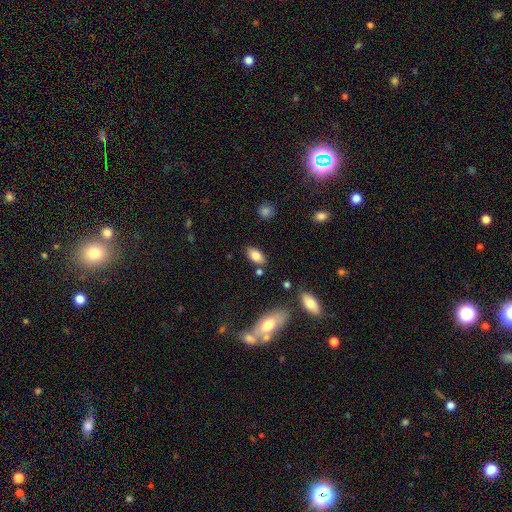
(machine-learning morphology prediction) The model was most divided on "merging": none: 81%, minor disturbance: 12%, merger: 5%, major disturbance: 3%. More confident: how rounded — in between (92%); smooth or featured — smooth (81%).